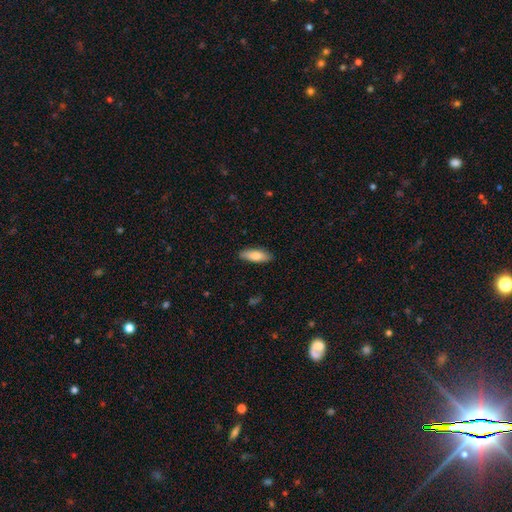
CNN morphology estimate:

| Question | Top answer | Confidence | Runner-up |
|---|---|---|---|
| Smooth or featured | smooth | 76% | featured or disk (18%) |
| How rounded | in between | 61% | cigar-shaped (37%) |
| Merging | none | 88% | minor disturbance (9%) |